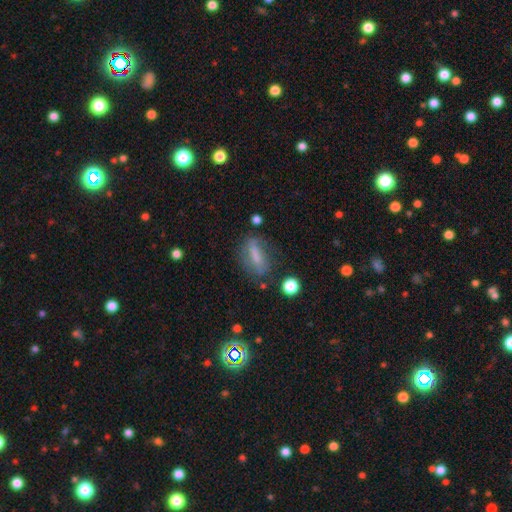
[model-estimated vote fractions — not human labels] A smooth galaxy with no disk features (61%) that is in between round and cigar-shaped (53%). Merging: none (64%).